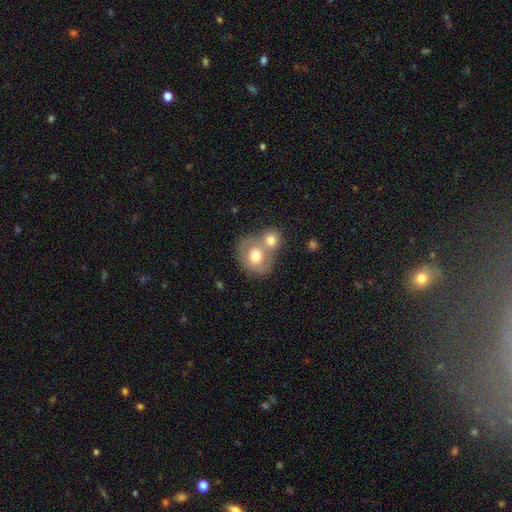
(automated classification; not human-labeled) A smooth galaxy with no disk features (64%) that is round (64%).

Vote fractions:
- Smooth or featured? smooth: 64% / featured or disk: 28% / star or artifact: 7%
- How rounded? round: 64% / in between: 35% / cigar-shaped: 1%
- Merging? merger: 59% / none: 28% / minor disturbance: 9% / major disturbance: 4%